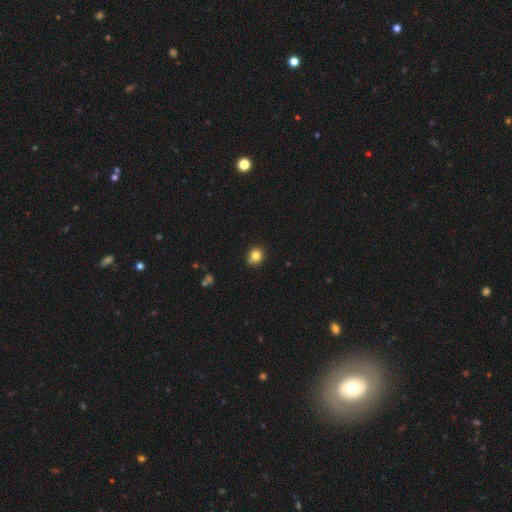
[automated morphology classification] smooth 82%, star or artifact 12%, featured or disk 6%. Down the decision tree: how rounded — round (82%); merging — none (81%).